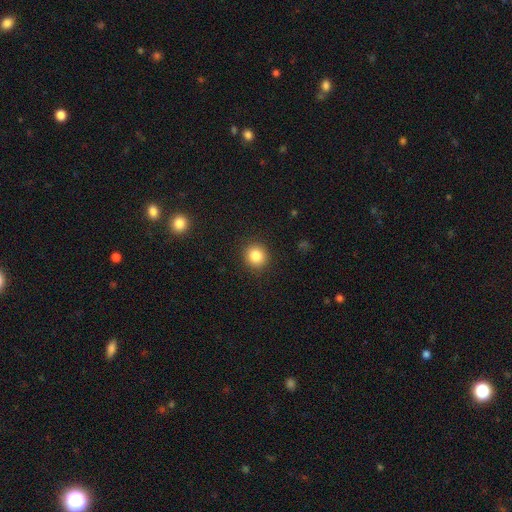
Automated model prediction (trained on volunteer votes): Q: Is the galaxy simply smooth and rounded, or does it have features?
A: smooth — 85%.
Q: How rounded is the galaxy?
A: round — 90%.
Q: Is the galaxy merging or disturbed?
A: none — 90%.